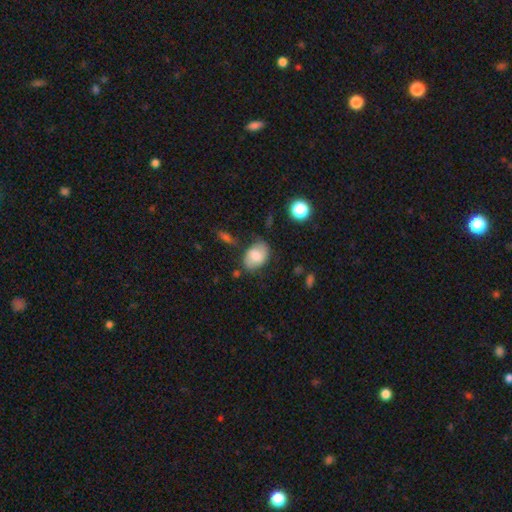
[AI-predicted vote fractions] smooth-or-featured: smooth: 58% | featured or disk: 34% | star or artifact: 8%
  how-rounded: in between: 75% | round: 23% | cigar-shaped: 1%
  merging: none: 69% | minor disturbance: 21% | major disturbance: 6% | merger: 4%